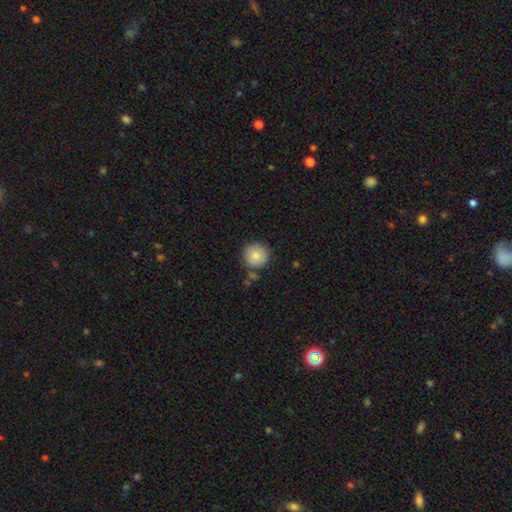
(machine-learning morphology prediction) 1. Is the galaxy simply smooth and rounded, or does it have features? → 84% smooth, 8% star or artifact, 8% featured or disk.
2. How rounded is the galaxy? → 95% round, 4% in between, 1% cigar-shaped.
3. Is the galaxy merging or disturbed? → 81% none, 10% minor disturbance, 6% merger, 3% major disturbance.